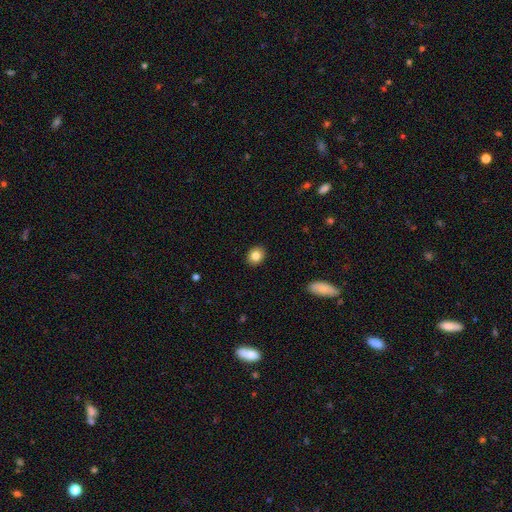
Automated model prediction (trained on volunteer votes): Morphology: type=smooth (83%); roundness=round (56%); merging=none (91%).